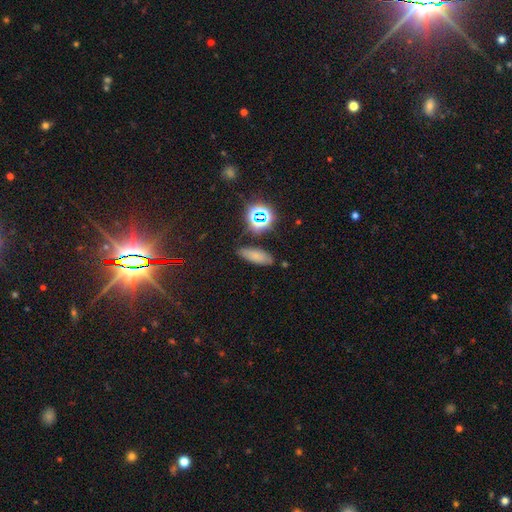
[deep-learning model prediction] This is likely a smooth galaxy (67%). How rounded: likely in between (67%). Merging: clearly none (80%).